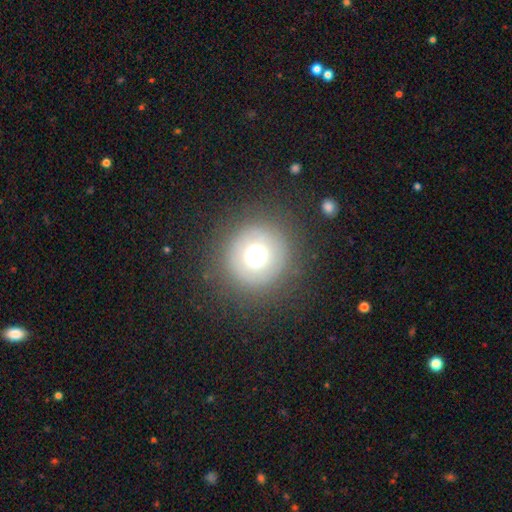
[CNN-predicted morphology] Q: Smooth or featured?
A: smooth (67%); runner-up: featured or disk (18%)
Q: How rounded?
A: round (95%); runner-up: in between (4%)
Q: Merging?
A: none (87%); runner-up: minor disturbance (7%)